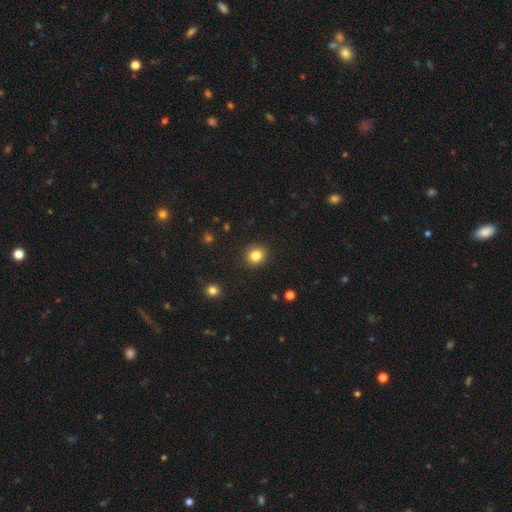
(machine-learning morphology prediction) Smooth or featured: smooth — 84% (star or artifact — 11%)
How rounded: round — 84% (in between — 15%)
Merging: none — 91% (minor disturbance — 6%)